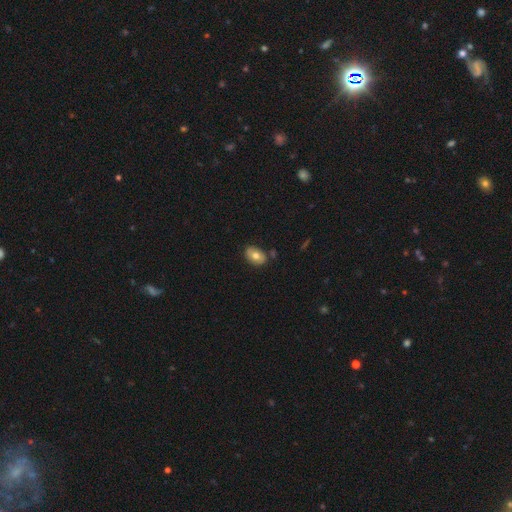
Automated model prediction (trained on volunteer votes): smooth_or_featured: smooth (p=0.71) [alt: featured or disk p=0.21]
how_rounded: in between (p=0.84) [alt: round p=0.15]
merging: none (p=0.76) [alt: minor disturbance p=0.17]